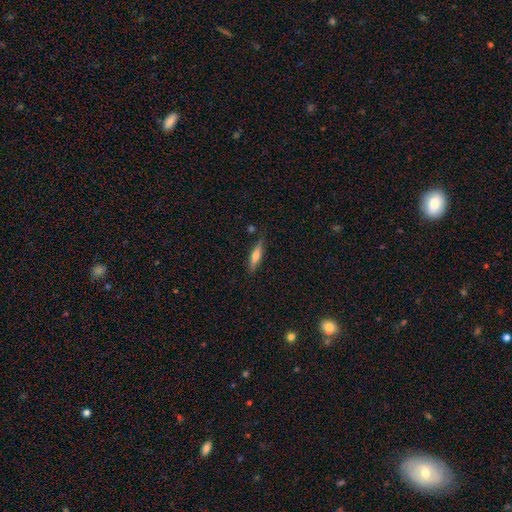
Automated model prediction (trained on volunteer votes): smooth_or_featured: smooth (p=0.57) [alt: featured or disk p=0.36]
how_rounded: cigar-shaped (p=0.75) [alt: in between p=0.23]
merging: none (p=0.80) [alt: minor disturbance p=0.14]